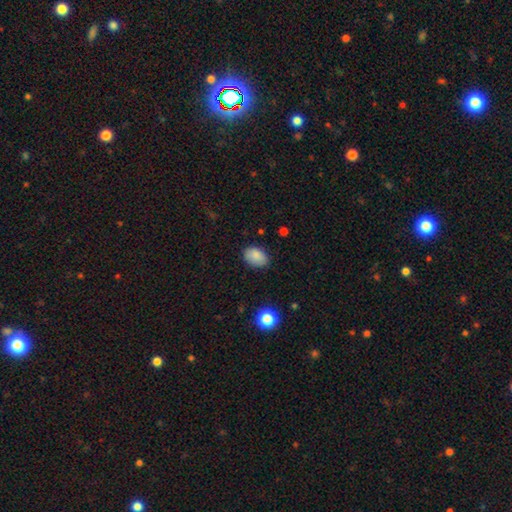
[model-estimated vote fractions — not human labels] smooth_or_featured: smooth (p=0.86) [alt: star or artifact p=0.08]
how_rounded: in between (p=0.82) [alt: round p=0.17]
merging: none (p=0.80) [alt: minor disturbance p=0.16]